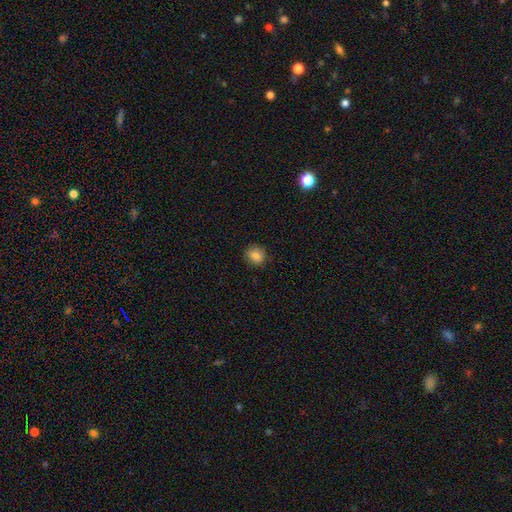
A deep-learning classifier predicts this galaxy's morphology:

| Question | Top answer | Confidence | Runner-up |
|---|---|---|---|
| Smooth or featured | smooth | 83% | star or artifact (10%) |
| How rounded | round | 81% | in between (19%) |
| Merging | none | 86% | minor disturbance (11%) |